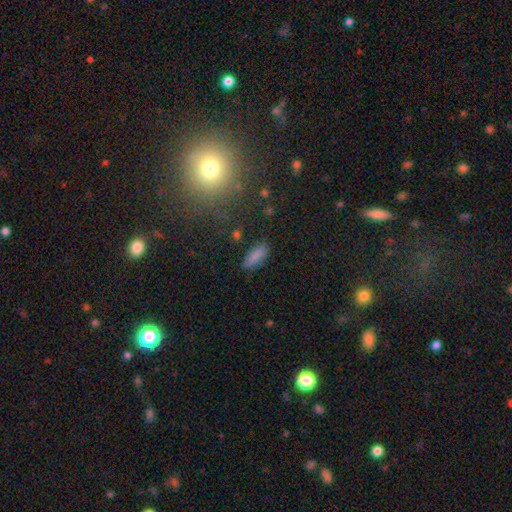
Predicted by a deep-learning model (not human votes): This is clearly a smooth galaxy (82%). How rounded: likely in between (61%). Merging: clearly none (82%).